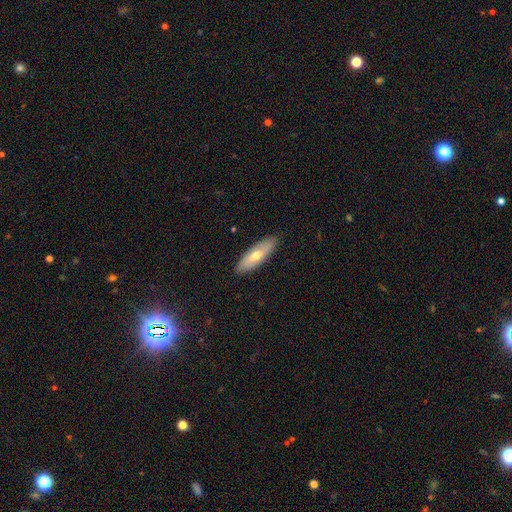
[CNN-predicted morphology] Smooth or featured? Predicted: smooth (p=0.59). How rounded? Predicted: in between (p=0.54). Merging? Predicted: none (p=0.88).